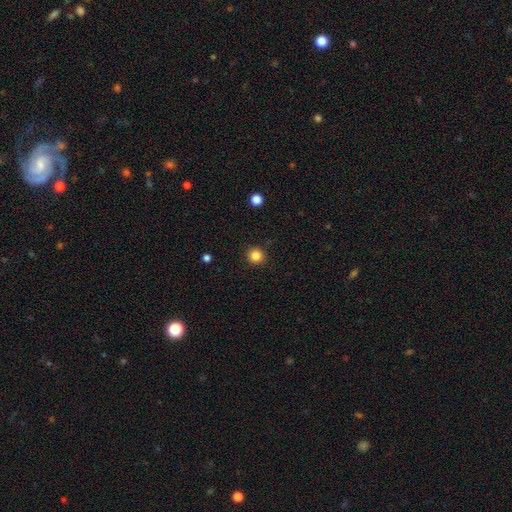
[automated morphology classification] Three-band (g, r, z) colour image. It shows a smooth galaxy with no disk features (84%) that is round (94%). Merging: none (92%).